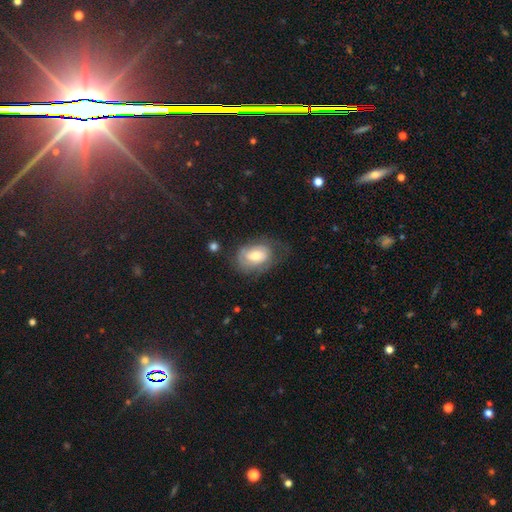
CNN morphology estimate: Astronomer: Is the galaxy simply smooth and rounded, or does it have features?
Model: smooth — 52% (runner-up: featured or disk, 40%).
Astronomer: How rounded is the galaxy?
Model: in between — 80%.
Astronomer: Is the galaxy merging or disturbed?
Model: none — 51% (runner-up: minor disturbance, 28%).